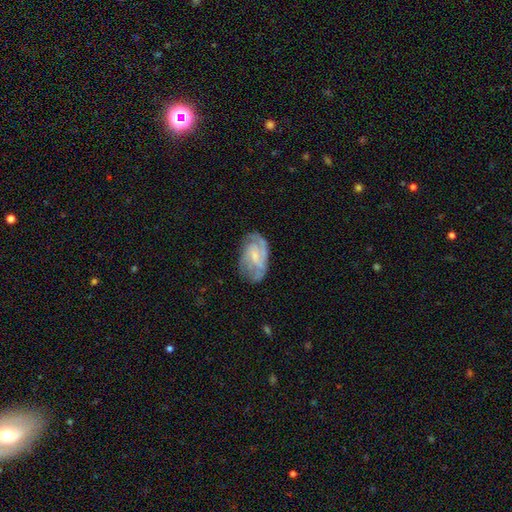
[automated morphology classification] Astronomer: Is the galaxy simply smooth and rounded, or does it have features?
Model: featured or disk — 71%.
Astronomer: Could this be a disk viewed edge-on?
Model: no — 97%.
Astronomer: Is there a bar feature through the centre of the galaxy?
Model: weak — 46% (runner-up: no, 44%).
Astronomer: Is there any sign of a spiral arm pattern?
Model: yes — 86%.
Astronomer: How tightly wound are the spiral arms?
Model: medium — 42% (runner-up: tight, 40%).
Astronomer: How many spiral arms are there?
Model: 2 — 36% (runner-up: can't tell, 31%).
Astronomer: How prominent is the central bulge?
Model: small — 51%.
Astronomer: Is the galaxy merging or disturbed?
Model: none — 59%.